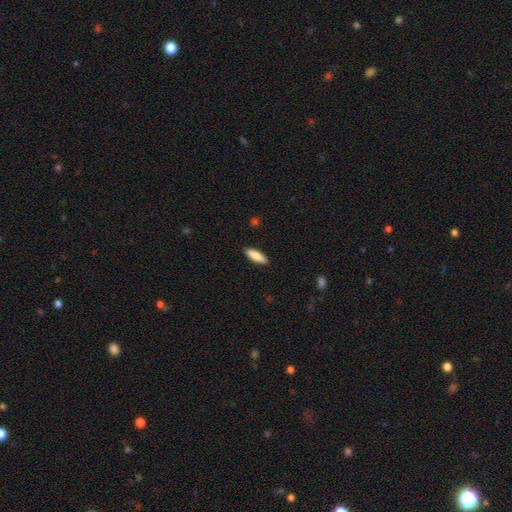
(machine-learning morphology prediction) This is clearly a smooth galaxy (84%). How rounded: possibly cigar-shaped (50%). Merging: clearly none (89%).